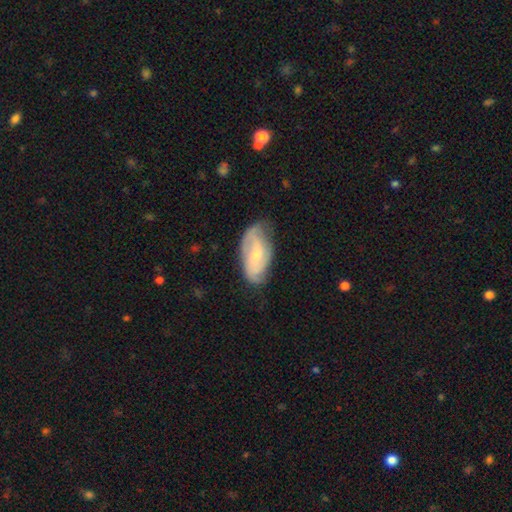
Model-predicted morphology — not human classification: Overall: featured or disk (65%; smooth 29%). Edge-on disk: no (94%). Bar: no (49%; weak 40%). Spiral arms: yes (88%). Spiral arm count: 2 (54%; can't tell 24%). Spiral winding: medium (43%; tight 34%). Bulge size: small (56%; moderate 38%). Merging: none (63%; minor disturbance 27%).